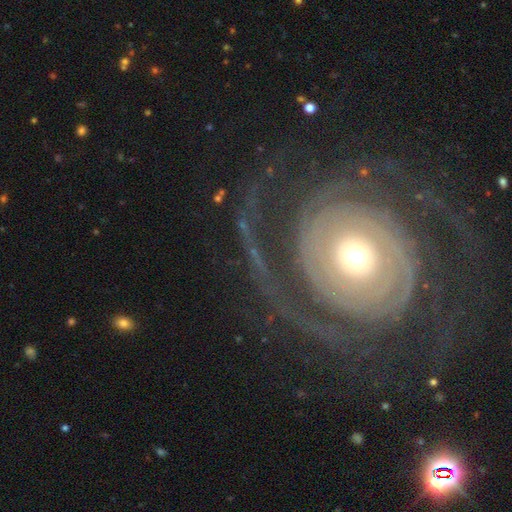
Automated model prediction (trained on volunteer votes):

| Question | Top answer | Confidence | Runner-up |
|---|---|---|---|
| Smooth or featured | featured or disk | 87% | smooth (7%) |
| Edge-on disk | no | 97% | yes (3%) |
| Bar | no | 78% | weak (14%) |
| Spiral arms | yes | 93% | no (7%) |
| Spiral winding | tight | 73% | medium (19%) |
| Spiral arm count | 2 | 36% | can't tell (24%) |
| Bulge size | moderate | 53% | small (37%) |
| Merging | none | 66% | major disturbance (19%) |